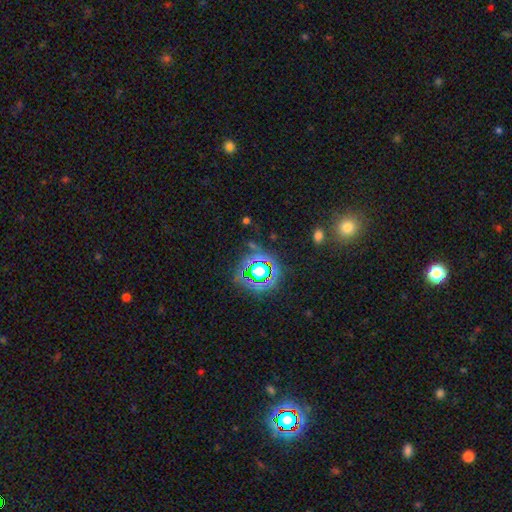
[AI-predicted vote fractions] A star or artifact, not a galaxy (74%).